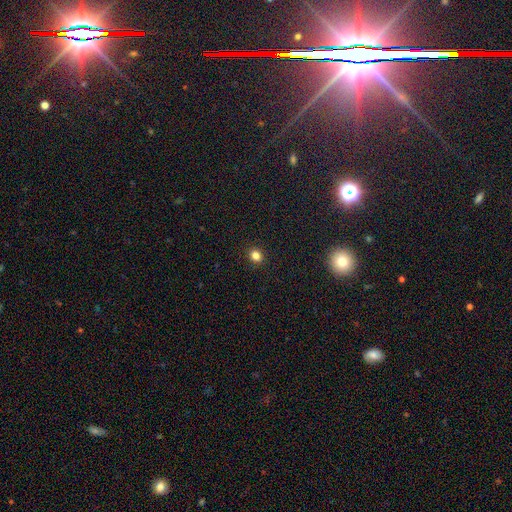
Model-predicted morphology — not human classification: This is clearly a smooth galaxy (82%). How rounded: likely round (70%). Merging: clearly none (92%).